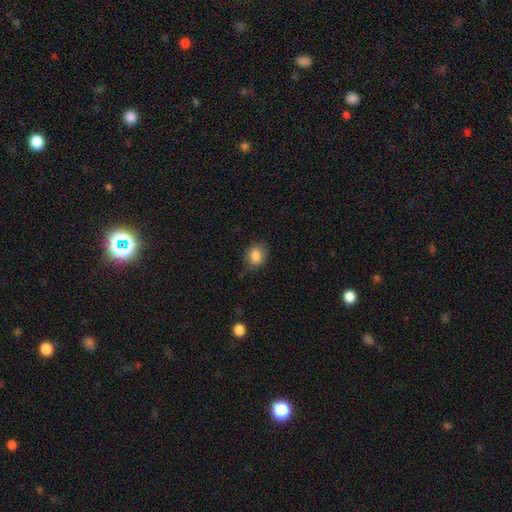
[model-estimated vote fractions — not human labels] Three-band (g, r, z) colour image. It shows a smooth galaxy with no disk features (84%) that is in between round and cigar-shaped (68%). Merging: none (77%).